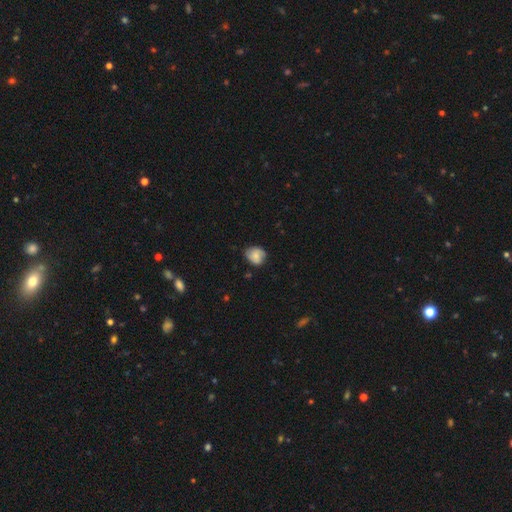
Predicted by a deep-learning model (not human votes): Smooth or featured? Predicted: smooth (p=0.68). How rounded? Predicted: round (p=0.65). Merging? Predicted: none (p=0.64).